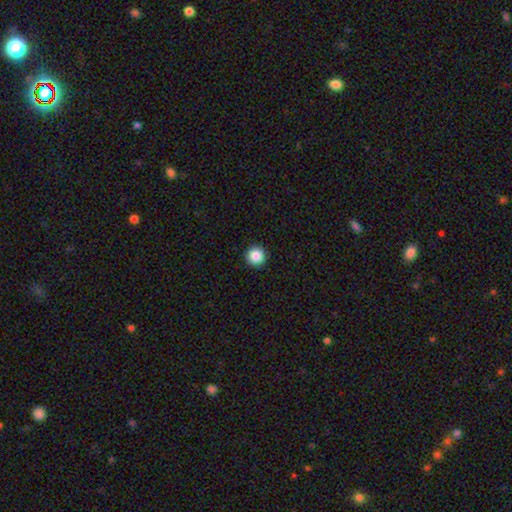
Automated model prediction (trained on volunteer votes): Smooth or featured? Predicted: smooth (p=0.87). How rounded? Predicted: round (p=0.96). Merging? Predicted: none (p=0.93).